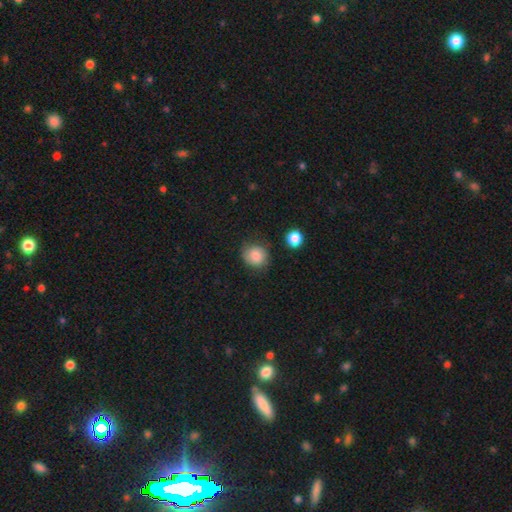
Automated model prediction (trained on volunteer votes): smooth_or_featured: smooth (p=0.81) [alt: star or artifact p=0.10]
how_rounded: round (p=0.83) [alt: in between p=0.16]
merging: none (p=0.77) [alt: minor disturbance p=0.16]